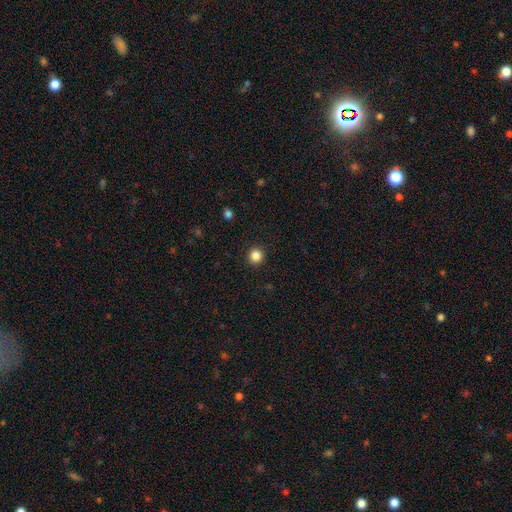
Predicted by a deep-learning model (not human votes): Smooth or featured?
  - smooth: 85% *
  - star or artifact: 12%
  - featured or disk: 3%
How rounded?
  - round: 94% *
  - in between: 5%
  - cigar-shaped: 1%
Merging?
  - none: 93% *
  - minor disturbance: 5%
  - major disturbance: 2%
  - merger: 1%